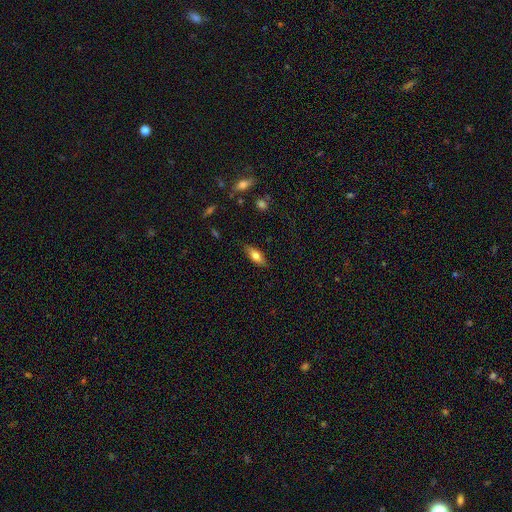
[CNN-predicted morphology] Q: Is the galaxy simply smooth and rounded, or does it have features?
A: smooth — 72%.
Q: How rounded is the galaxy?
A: in between — 71%.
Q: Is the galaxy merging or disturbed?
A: none — 82%.